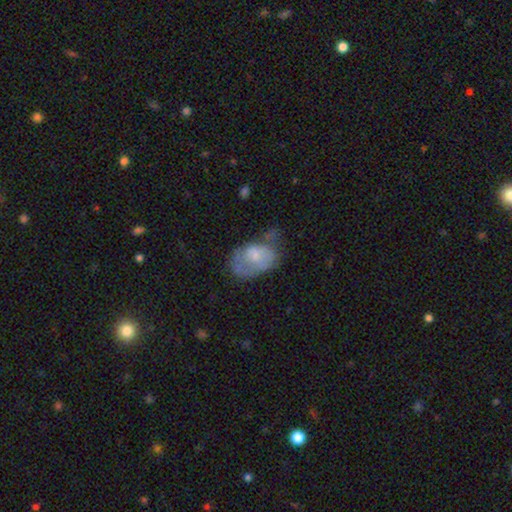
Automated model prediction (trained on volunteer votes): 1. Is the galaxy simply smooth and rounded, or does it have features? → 57% smooth, 35% featured or disk, 8% star or artifact.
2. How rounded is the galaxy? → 86% in between, 13% round, 1% cigar-shaped.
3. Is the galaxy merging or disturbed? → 33% minor disturbance, 32% none, 29% major disturbance, 6% merger.